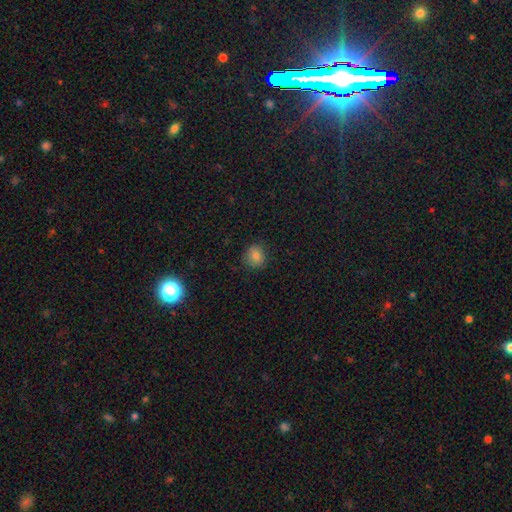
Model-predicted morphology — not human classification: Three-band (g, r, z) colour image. It shows a smooth galaxy with no disk features (80%) that is round (81%). Merging: none (84%).